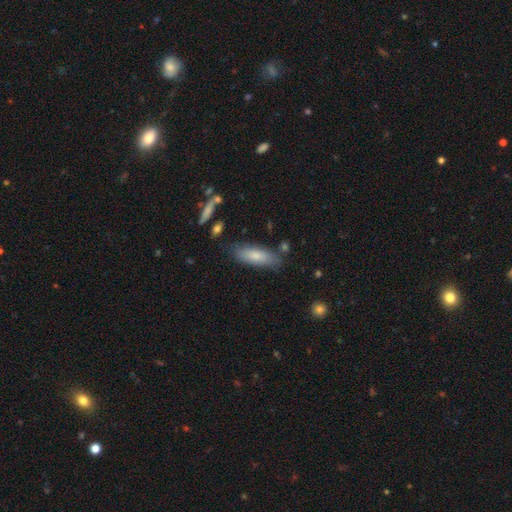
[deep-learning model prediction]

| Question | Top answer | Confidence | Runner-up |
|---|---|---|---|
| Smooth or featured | smooth | 76% | featured or disk (18%) |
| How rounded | in between | 57% | cigar-shaped (41%) |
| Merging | none | 74% | minor disturbance (18%) |